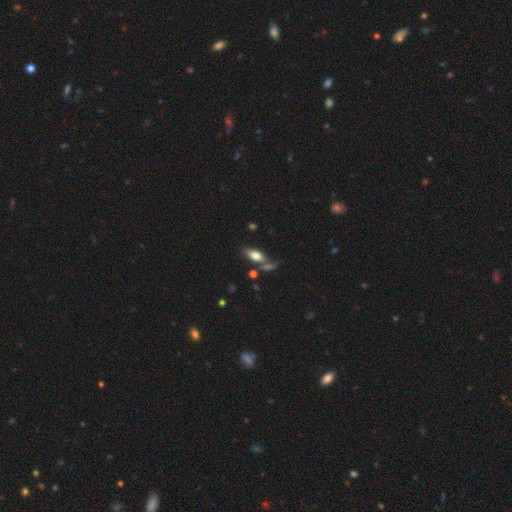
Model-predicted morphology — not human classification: This appears to be a smooth galaxy with no disk features (72%) that is in between round and cigar-shaped (84%). Merging: none (59%).